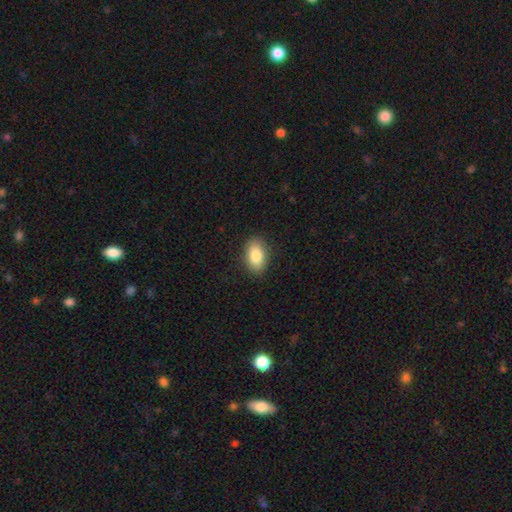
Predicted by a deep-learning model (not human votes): Smooth or featured? Predicted: smooth (p=0.84). How rounded? Predicted: in between (p=0.90). Merging? Predicted: none (p=0.88).